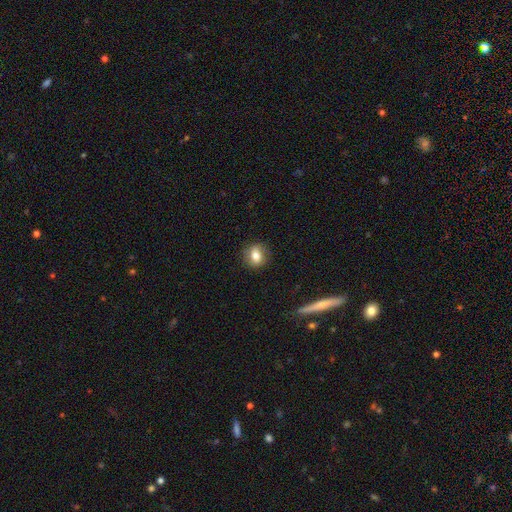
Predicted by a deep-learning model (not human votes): smooth_or_featured: smooth (p=0.74) [alt: featured or disk p=0.16]
how_rounded: round (p=0.65) [alt: in between p=0.33]
merging: none (p=0.84) [alt: minor disturbance p=0.12]